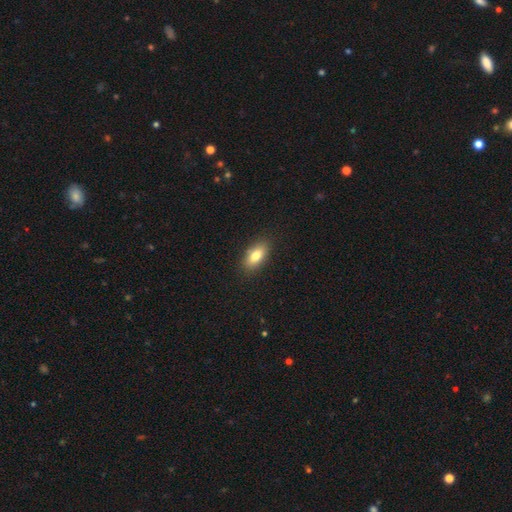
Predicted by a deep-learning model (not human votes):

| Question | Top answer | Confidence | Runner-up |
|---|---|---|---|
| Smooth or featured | smooth | 81% | featured or disk (12%) |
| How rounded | in between | 87% | cigar-shaped (9%) |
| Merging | none | 87% | minor disturbance (10%) |